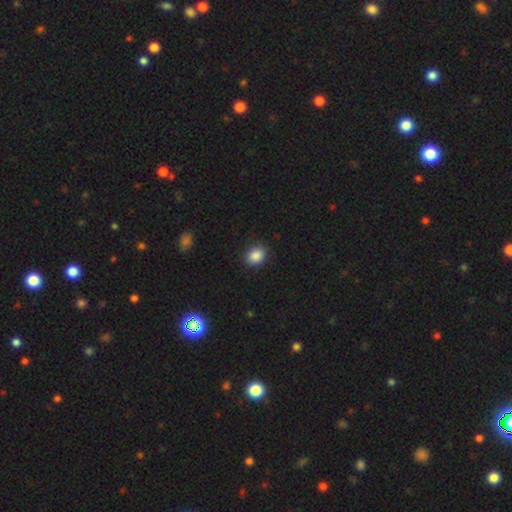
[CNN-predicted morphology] Smooth or featured? Predicted: smooth (p=0.87). How rounded? Predicted: in between (p=0.51). Merging? Predicted: none (p=0.88).